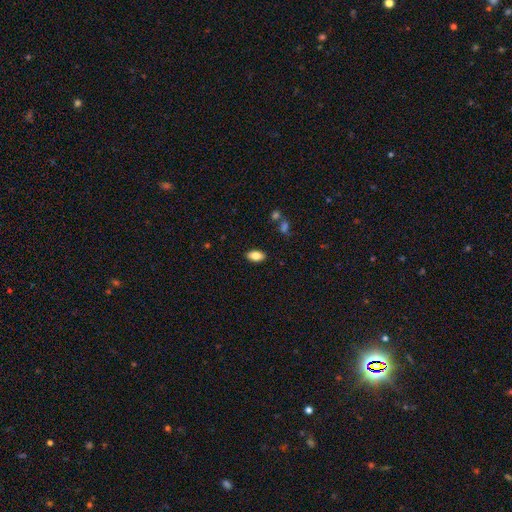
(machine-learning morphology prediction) type=smooth (79%); roundness=in between (90%); merging=none (87%).